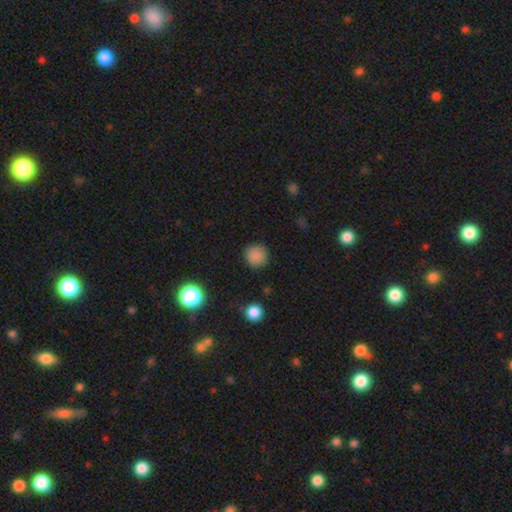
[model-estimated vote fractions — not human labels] The model was most divided on "smooth or featured": smooth: 85%, star or artifact: 12%, featured or disk: 4%. More confident: how rounded — round (93%); merging — none (89%).